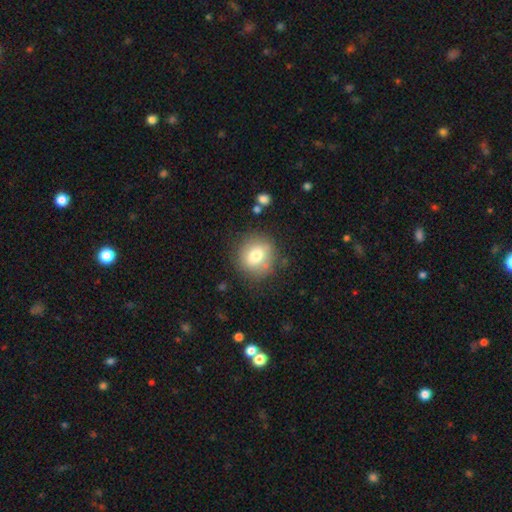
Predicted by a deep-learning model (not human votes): smooth_or_featured: smooth (p=0.75) [alt: featured or disk p=0.16]
how_rounded: round (p=0.86) [alt: in between p=0.13]
merging: none (p=0.80) [alt: minor disturbance p=0.13]